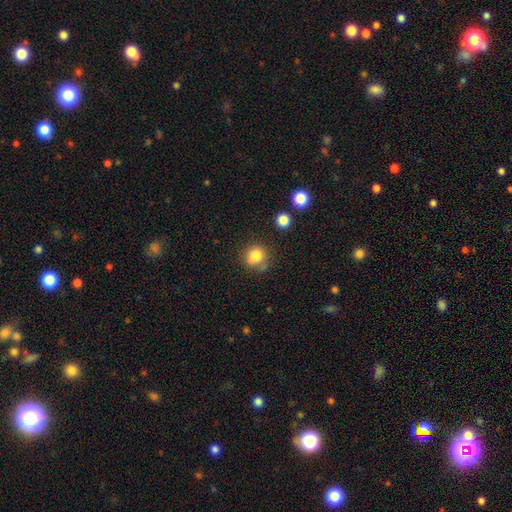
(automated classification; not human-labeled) A smooth galaxy with no disk features (81%) that is round (85%).

Vote fractions:
- Smooth or featured? smooth: 81% / star or artifact: 11% / featured or disk: 7%
- How rounded? round: 85% / in between: 14% / cigar-shaped: 1%
- Merging? none: 68% / minor disturbance: 19% / merger: 8% / major disturbance: 6%